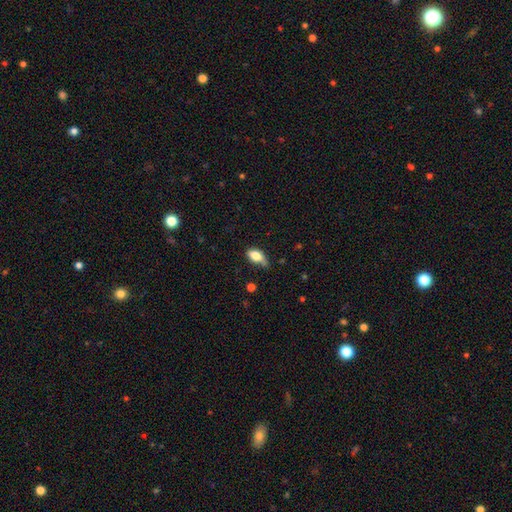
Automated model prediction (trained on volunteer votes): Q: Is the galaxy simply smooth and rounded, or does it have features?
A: smooth — 78%.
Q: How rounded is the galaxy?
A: in between — 89%.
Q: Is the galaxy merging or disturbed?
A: none — 45%.